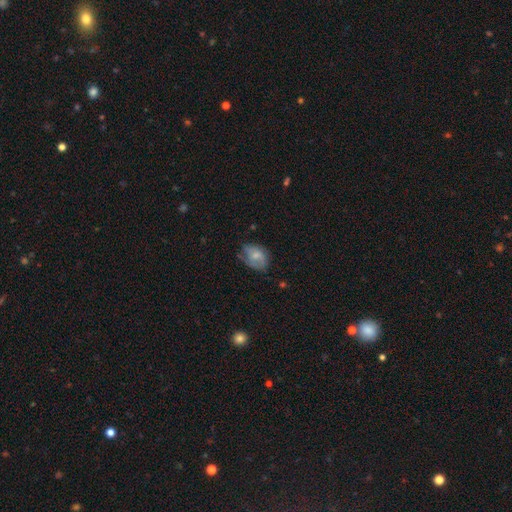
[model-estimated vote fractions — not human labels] smooth 62%, featured or disk 30%, star or artifact 8%. Down the decision tree: how rounded — in between (72%); merging — none (49%).